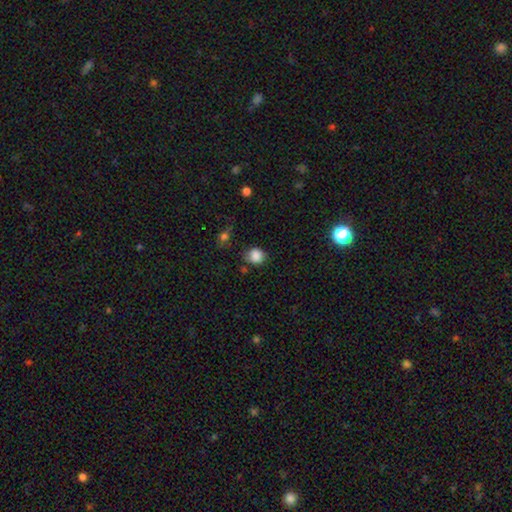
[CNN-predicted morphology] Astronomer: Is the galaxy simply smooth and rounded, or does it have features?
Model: smooth — 86%.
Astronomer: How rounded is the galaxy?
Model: round — 80%.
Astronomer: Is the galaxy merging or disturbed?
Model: none — 70%.